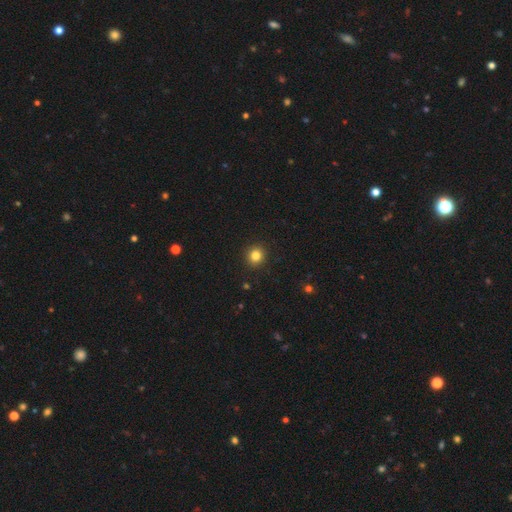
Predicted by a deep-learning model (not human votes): smooth-or-featured: smooth: 83% | star or artifact: 12% | featured or disk: 5%
  how-rounded: round: 91% | in between: 8% | cigar-shaped: 1%
  merging: none: 93% | minor disturbance: 5% | major disturbance: 2% | merger: 1%